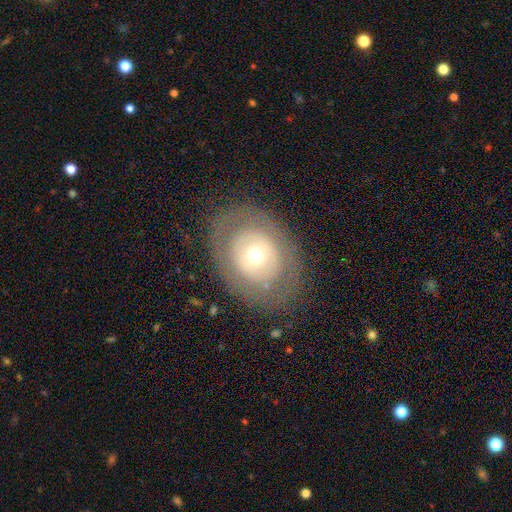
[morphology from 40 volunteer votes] Overall: featured or disk (52%; smooth 40%). Edge-on disk: no (86%). Bar: no (89%). Spiral arms: no (100%). Bulge size: moderate (56%; small 33%). Merging: none (92%).